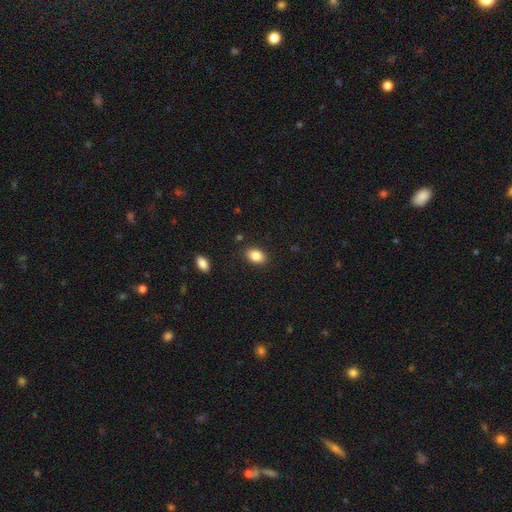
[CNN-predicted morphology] A smooth galaxy with no disk features (86%) that is in between round and cigar-shaped (84%).

Vote fractions:
- Smooth or featured? smooth: 86% / star or artifact: 8% / featured or disk: 6%
- How rounded? in between: 84% / round: 15% / cigar-shaped: 1%
- Merging? none: 87% / minor disturbance: 9% / major disturbance: 2% / merger: 2%